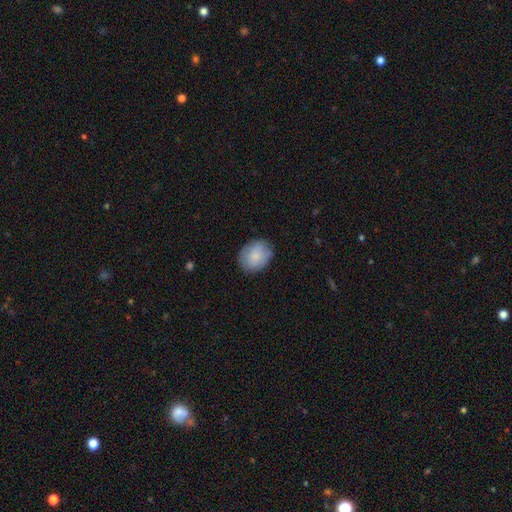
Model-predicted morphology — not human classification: The model was most divided on "how rounded": in between: 51%, round: 48%, cigar-shaped: 1%. More confident: smooth or featured — smooth (83%); merging — none (80%).